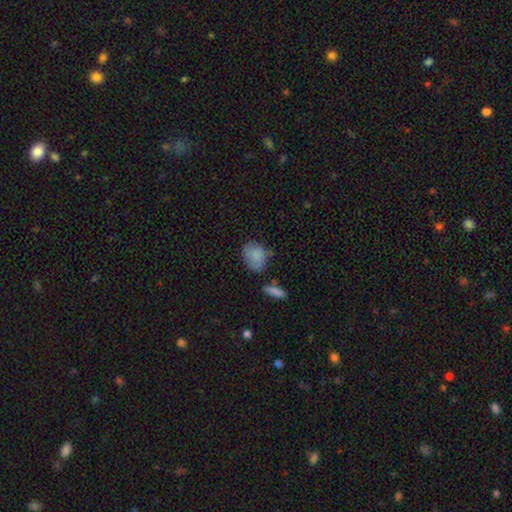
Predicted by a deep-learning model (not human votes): Q: Smooth or featured?
A: smooth (82%); runner-up: featured or disk (10%)
Q: How rounded?
A: in between (68%); runner-up: round (30%)
Q: Merging?
A: none (61%); runner-up: minor disturbance (25%)